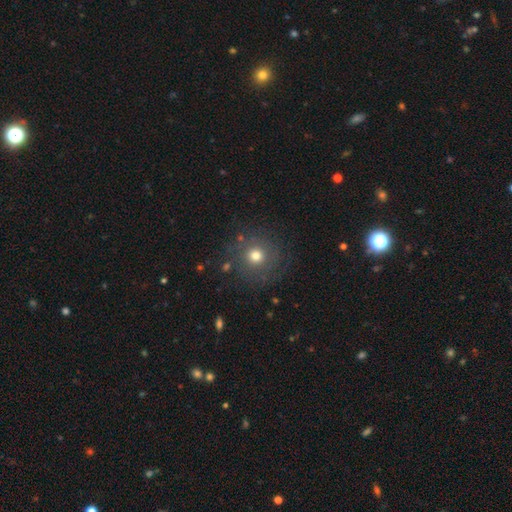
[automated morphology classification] Smooth or featured: smooth — 73% (star or artifact — 15%)
How rounded: round — 93% (in between — 6%)
Merging: none — 84% (minor disturbance — 9%)